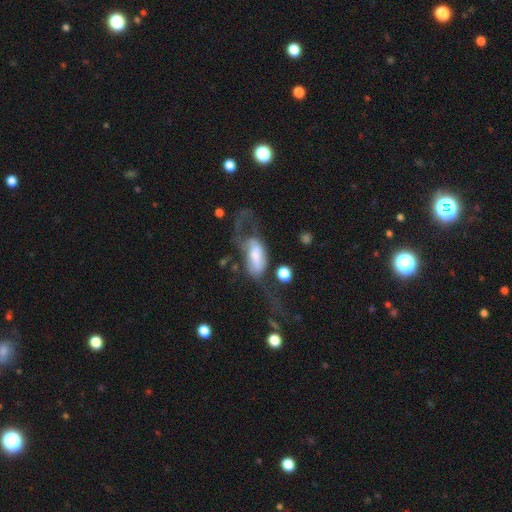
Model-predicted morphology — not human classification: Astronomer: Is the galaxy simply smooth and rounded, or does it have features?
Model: smooth — 49% (runner-up: featured or disk, 43%).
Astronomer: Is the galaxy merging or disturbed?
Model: major disturbance — 60%.